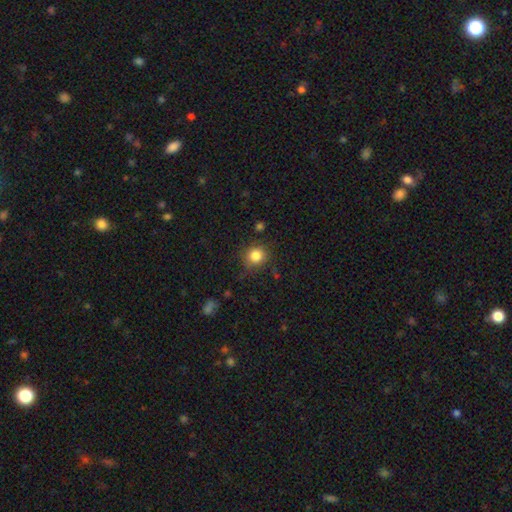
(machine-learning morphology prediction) Q: Smooth or featured?
A: smooth (84%); runner-up: star or artifact (11%)
Q: How rounded?
A: round (88%); runner-up: in between (11%)
Q: Merging?
A: none (82%); runner-up: minor disturbance (13%)